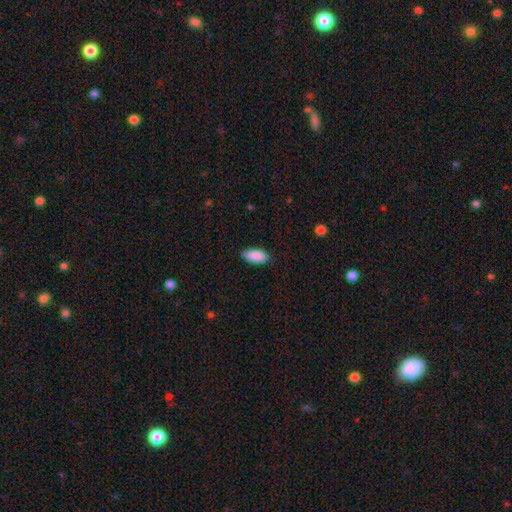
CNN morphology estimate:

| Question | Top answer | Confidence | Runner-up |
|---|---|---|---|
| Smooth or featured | smooth | 89% | star or artifact (6%) |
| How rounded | in between | 92% | cigar-shaped (6%) |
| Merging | none | 82% | minor disturbance (14%) |